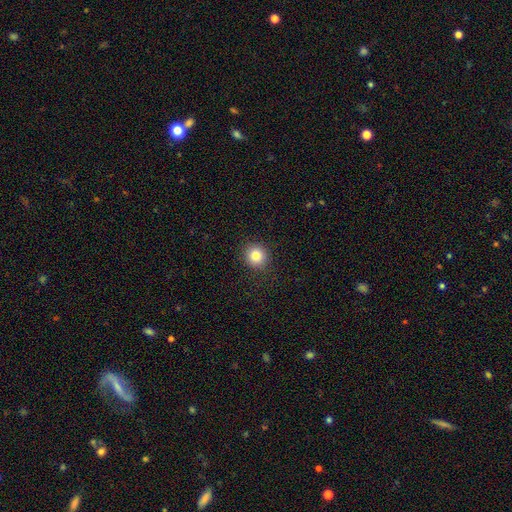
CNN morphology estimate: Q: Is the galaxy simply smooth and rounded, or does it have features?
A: smooth — 83%.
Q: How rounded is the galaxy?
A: round — 91%.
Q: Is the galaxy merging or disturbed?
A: none — 90%.